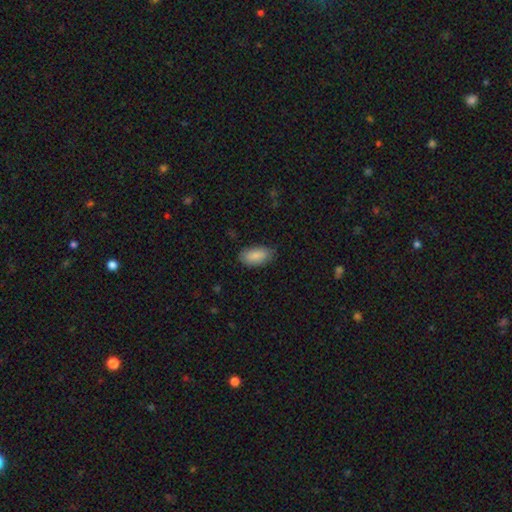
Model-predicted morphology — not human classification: Overall: smooth (86%). How rounded: in between (93%). Merging: none (79%).